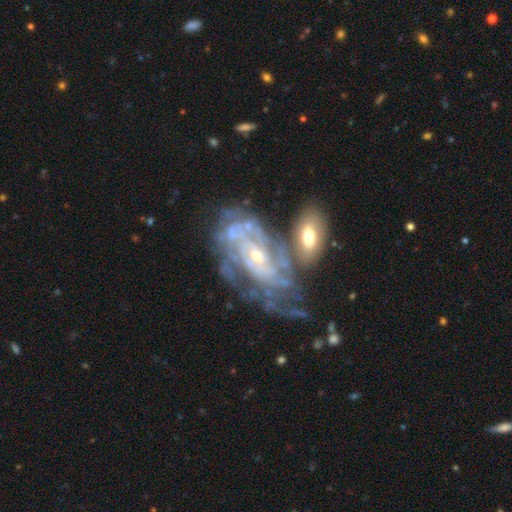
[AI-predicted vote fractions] smooth_or_featured: featured or disk (p=0.86) [alt: smooth p=0.07]
disk_edge_on: no (p=0.95) [alt: yes p=0.05]
bar: no (p=0.65) [alt: weak p=0.26]
has_spiral_arms: yes (p=0.91) [alt: no p=0.09]
spiral_winding: tight (p=0.63) [alt: medium p=0.28]
spiral_arm_count: can't tell (p=0.47) [alt: 2 p=0.16]
bulge_size: small (p=0.68) [alt: moderate p=0.27]
merging: none (p=0.36) [alt: merger p=0.29]